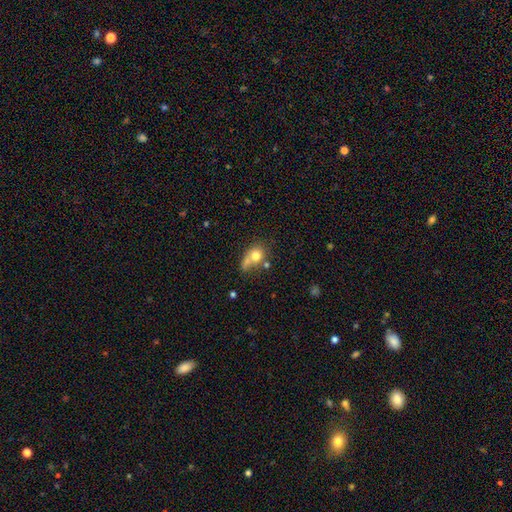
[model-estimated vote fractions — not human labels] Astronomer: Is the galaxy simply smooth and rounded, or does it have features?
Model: smooth — 72%.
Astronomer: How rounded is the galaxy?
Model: round — 51% (runner-up: in between, 47%).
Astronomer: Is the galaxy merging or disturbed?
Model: none — 35% (runner-up: merger, 30%).